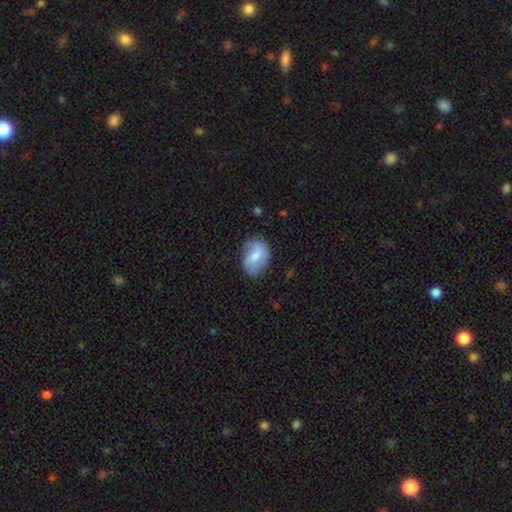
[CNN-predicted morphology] The model was most divided on "smooth or featured": smooth: 59%, featured or disk: 34%, star or artifact: 7%. More confident: how rounded — in between (72%); merging — none (69%).